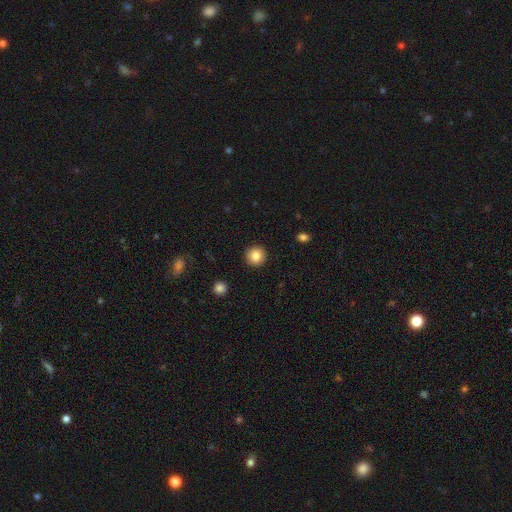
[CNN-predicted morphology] Smooth or featured? Predicted: smooth (p=0.85). How rounded? Predicted: round (p=0.95). Merging? Predicted: none (p=0.93).